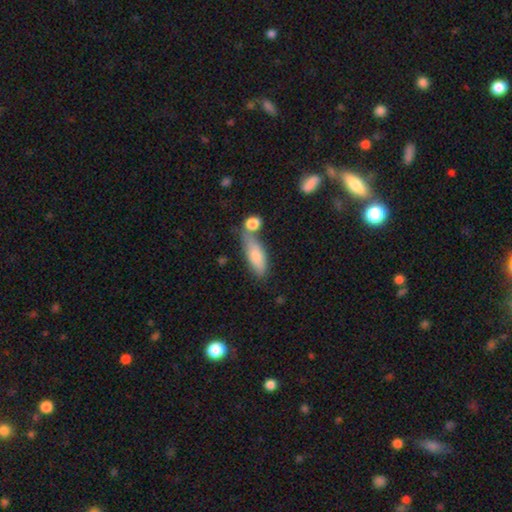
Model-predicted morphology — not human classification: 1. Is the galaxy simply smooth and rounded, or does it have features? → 75% smooth, 18% featured or disk, 7% star or artifact.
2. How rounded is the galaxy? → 56% in between, 41% cigar-shaped, 3% round.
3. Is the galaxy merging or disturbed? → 55% none, 22% merger, 18% minor disturbance, 5% major disturbance.